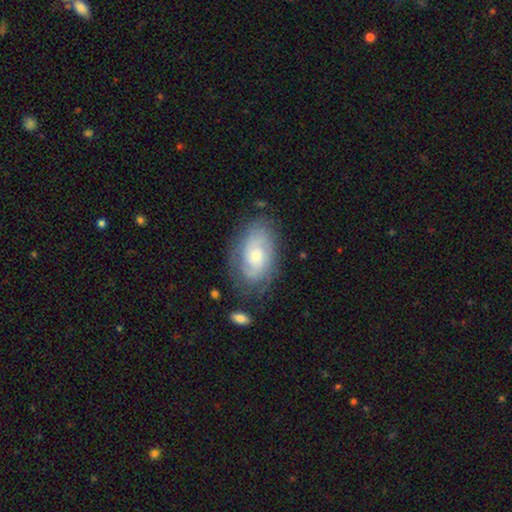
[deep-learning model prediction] smooth-or-featured: featured or disk: 71% | smooth: 22% | star or artifact: 7%
  disk-edge-on: no: 95% | yes: 5%
    bar: no: 72% | weak: 24% | strong: 4%
    has-spiral-arms: yes: 89% | no: 11%
      spiral-winding: tight: 61% | medium: 29% | loose: 10%
      spiral-arm-count: can't tell: 41% | 2: 36% | 3: 12% | 4: 4% | 1: 4% | more than 4: 3%
    bulge-size: small: 51% | moderate: 42% | large: 4% | none: 2% | dominant: 1%
  merging: none: 73% | minor disturbance: 18% | major disturbance: 7% | merger: 2%